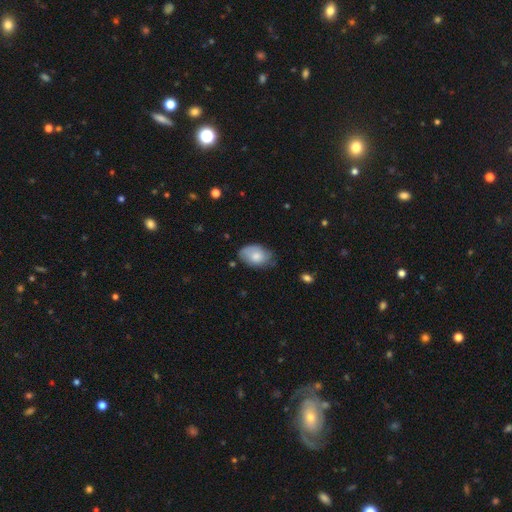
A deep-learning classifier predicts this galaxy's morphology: Overall: smooth (70%). How rounded: in between (88%). Merging: none (60%; minor disturbance 31%).